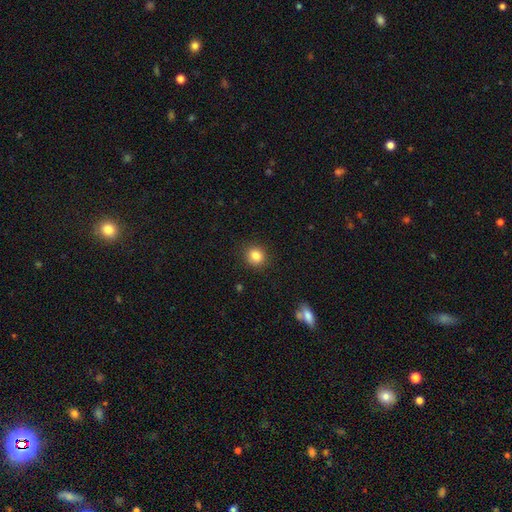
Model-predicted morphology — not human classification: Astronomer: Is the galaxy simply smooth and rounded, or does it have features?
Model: smooth — 84%.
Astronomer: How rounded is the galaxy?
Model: round — 81%.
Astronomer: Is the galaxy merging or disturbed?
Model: none — 88%.